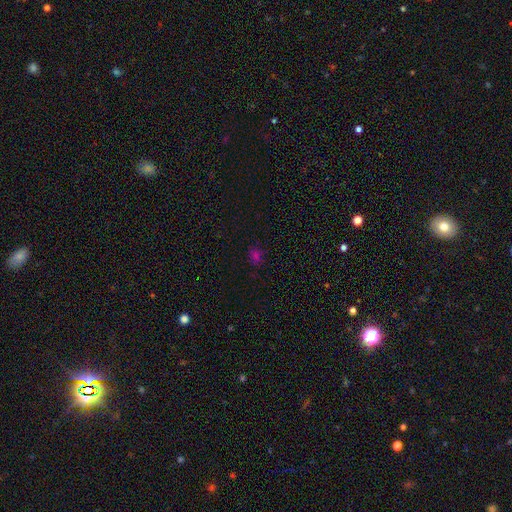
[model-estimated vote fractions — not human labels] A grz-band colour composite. It shows a smooth galaxy with no disk features (66%) that is in between round and cigar-shaped (56%). Merging: none (79%).